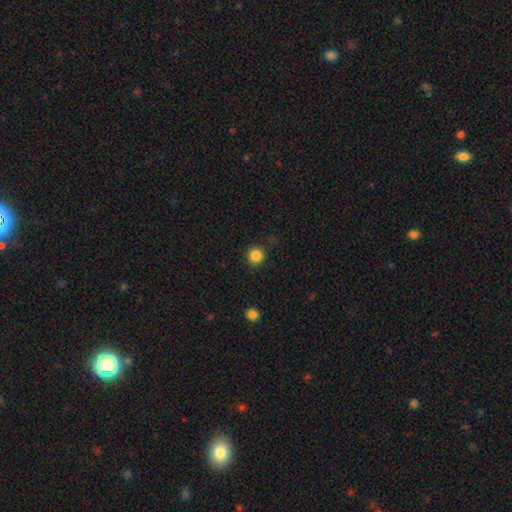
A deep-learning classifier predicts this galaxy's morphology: Smooth or featured? Predicted: smooth (p=0.85). How rounded? Predicted: round (p=0.93). Merging? Predicted: none (p=0.87).